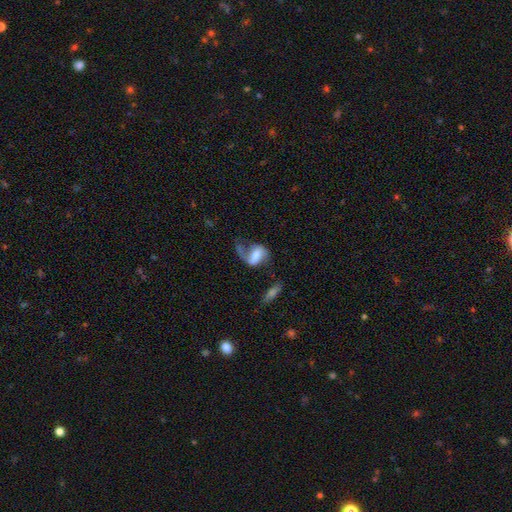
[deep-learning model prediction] A featured or disk galaxy (63%) with a weak bar (42%), spiral arms (82%) and a moderate central bulge (49%).

Vote fractions:
- Smooth or featured? featured or disk: 63% / smooth: 30% / star or artifact: 7%
- Edge-on disk? no: 96% / yes: 4%
- Bar? weak: 42% / strong: 30% / no: 28%
- Spiral arms? yes: 82% / no: 18%
- Bulge size? moderate: 49% / small: 23% / large: 18% / none: 7% / dominant: 3%
- Merging? none: 38% / major disturbance: 33% / minor disturbance: 20% / merger: 9%